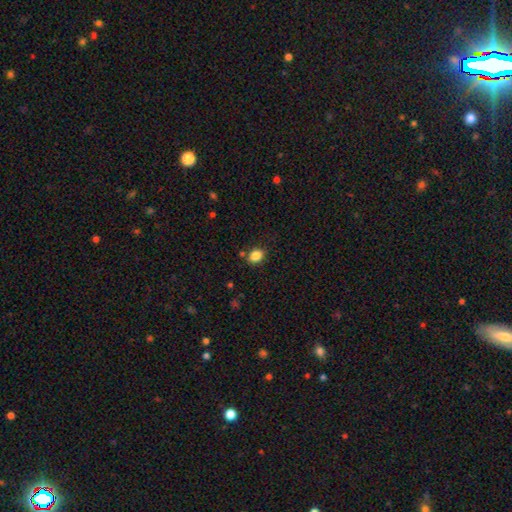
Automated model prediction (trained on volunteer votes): Smooth or featured? smooth (85%)
How rounded? in between (58%)
Merging? none (80%)